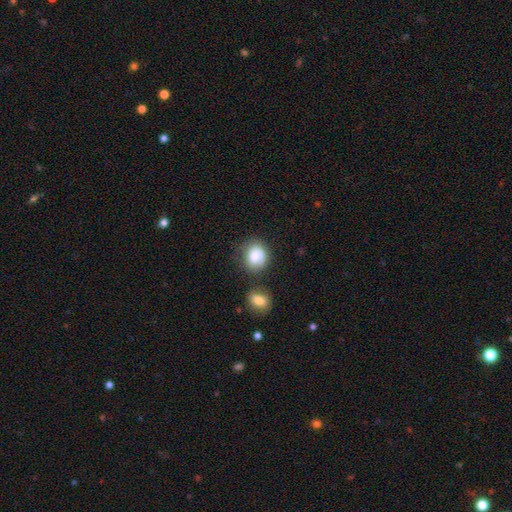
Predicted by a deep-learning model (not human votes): Morphology: type=smooth (72%); roundness=round (57%); merging=none (53%).